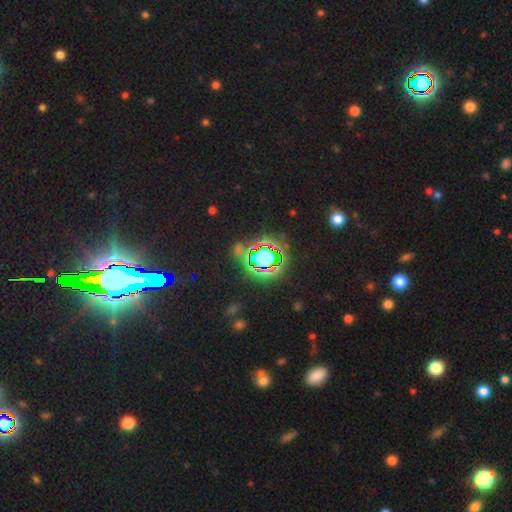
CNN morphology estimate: The model was most divided on "smooth or featured": star or artifact: 84%, featured or disk: 8%, smooth: 8%.